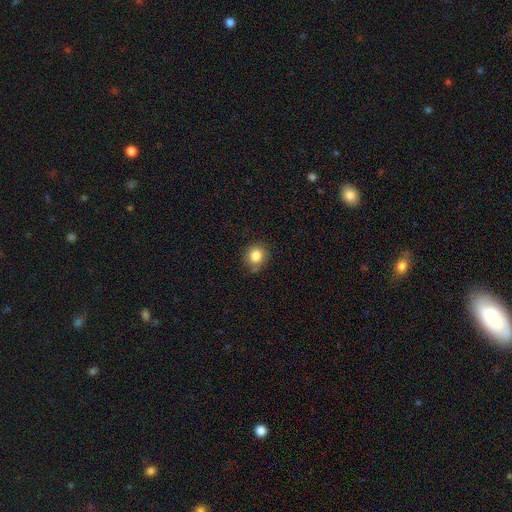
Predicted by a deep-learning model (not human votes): A smooth galaxy with no disk features (83%) that is round (85%). Merging: none (79%).